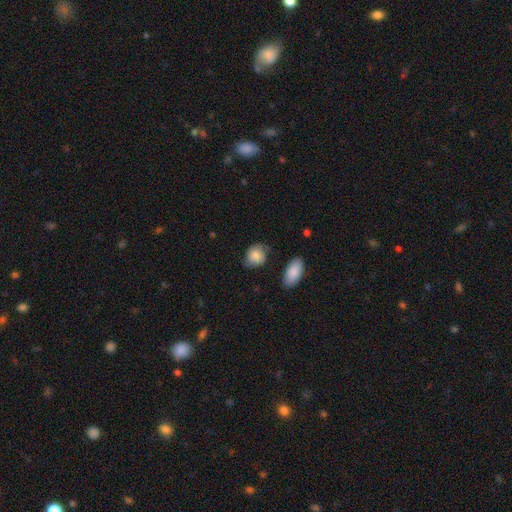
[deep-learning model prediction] Smooth or featured? smooth (78%)
How rounded? round (62%)
Merging? none (58%)